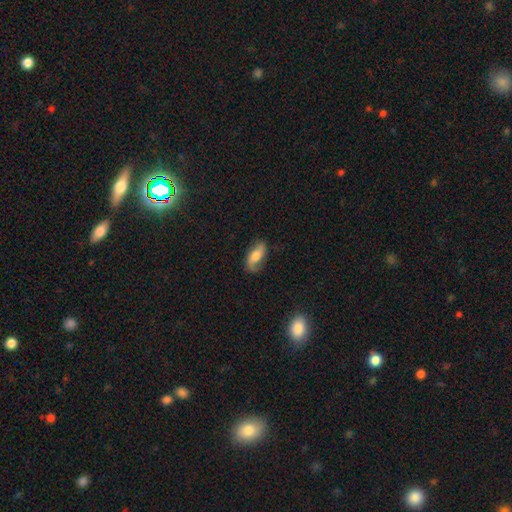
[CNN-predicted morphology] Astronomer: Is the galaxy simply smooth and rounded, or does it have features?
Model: smooth — 46%, tied with featured or disk at 46%.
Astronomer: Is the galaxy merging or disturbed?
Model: none — 69%.